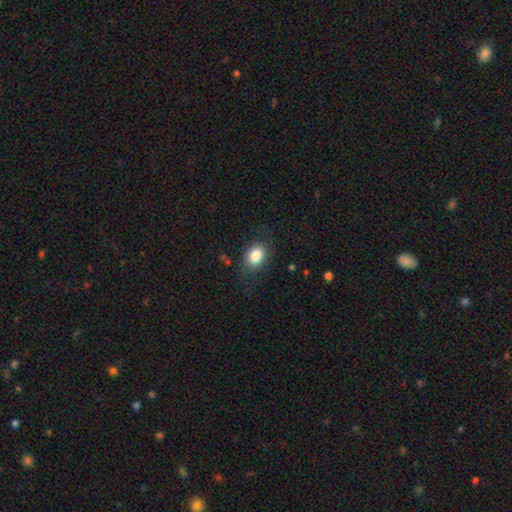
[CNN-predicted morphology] Smooth or featured: smooth — 83% (featured or disk — 9%)
How rounded: in between — 68% (round — 30%)
Merging: none — 76% (minor disturbance — 16%)